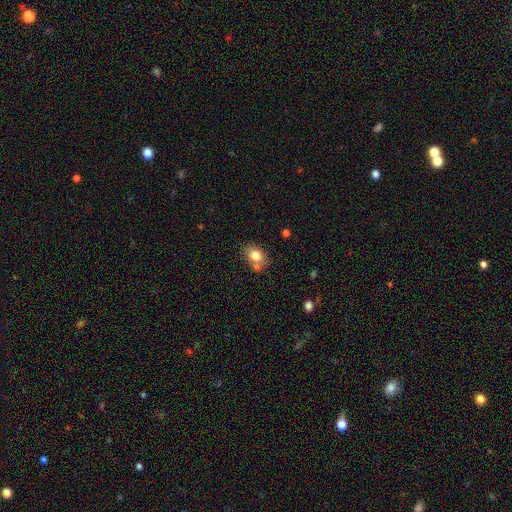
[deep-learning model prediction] Smooth or featured? smooth (78%)
How rounded? in between (66%)
Merging? none (62%)